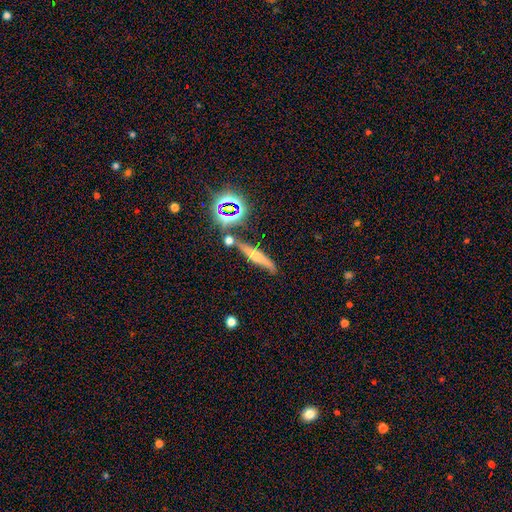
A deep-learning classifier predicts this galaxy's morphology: Smooth or featured? featured or disk (44%)
Merging? none (78%)